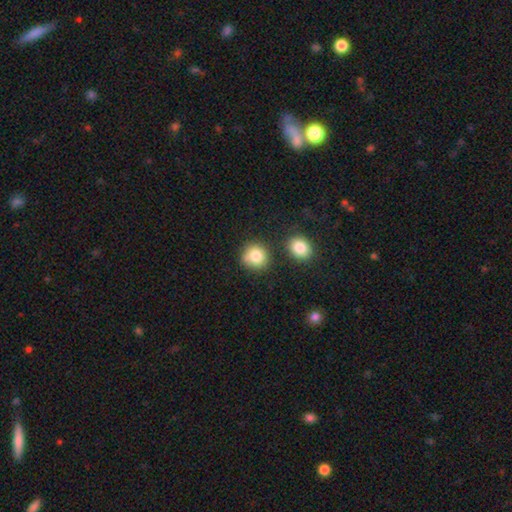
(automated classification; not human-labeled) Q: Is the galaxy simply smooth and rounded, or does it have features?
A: smooth — 83%.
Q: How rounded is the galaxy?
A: round — 88%.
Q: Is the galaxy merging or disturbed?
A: none — 71%.